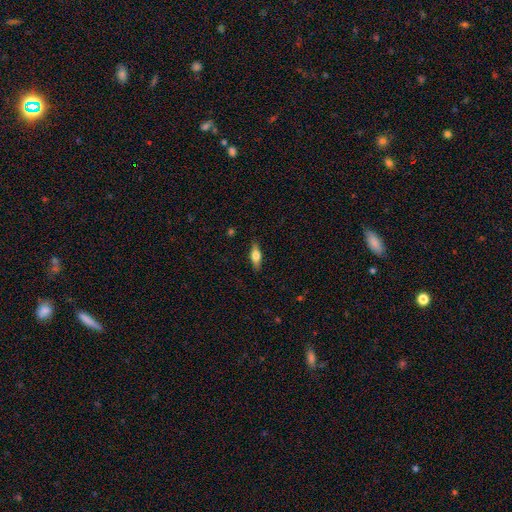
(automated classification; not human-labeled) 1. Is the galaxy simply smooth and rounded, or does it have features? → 62% smooth, 31% featured or disk, 7% star or artifact.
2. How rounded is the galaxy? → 60% in between, 36% cigar-shaped, 3% round.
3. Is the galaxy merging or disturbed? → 86% none, 11% minor disturbance, 2% major disturbance, 1% merger.